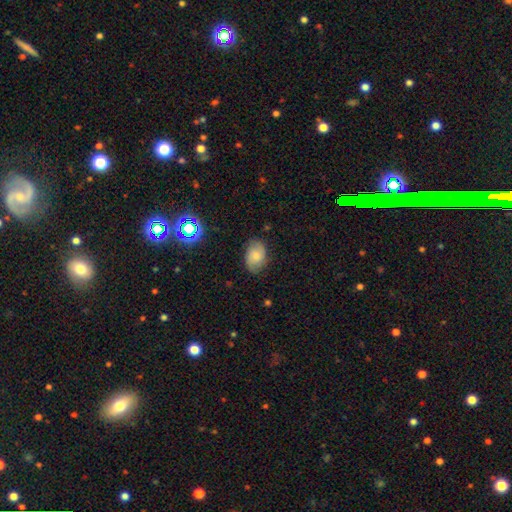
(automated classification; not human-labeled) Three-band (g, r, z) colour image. It shows a smooth galaxy with no disk features (70%) that is in between round and cigar-shaped (84%). Merging: none (77%).